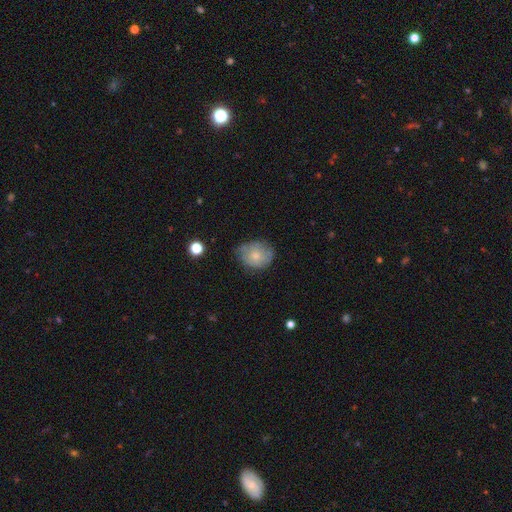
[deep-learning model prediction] smooth 66%, featured or disk 26%, star or artifact 8%. Down the decision tree: how rounded — round (64%); merging — none (56%).